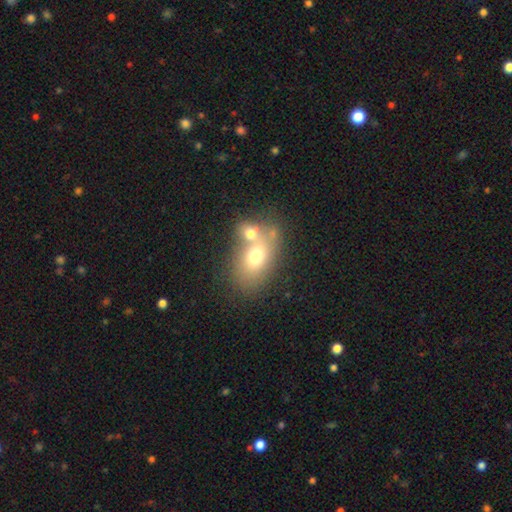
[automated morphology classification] Q: Smooth or featured?
A: smooth (66%); runner-up: featured or disk (24%)
Q: How rounded?
A: in between (77%); runner-up: round (21%)
Q: Merging?
A: merger (47%); runner-up: none (36%)